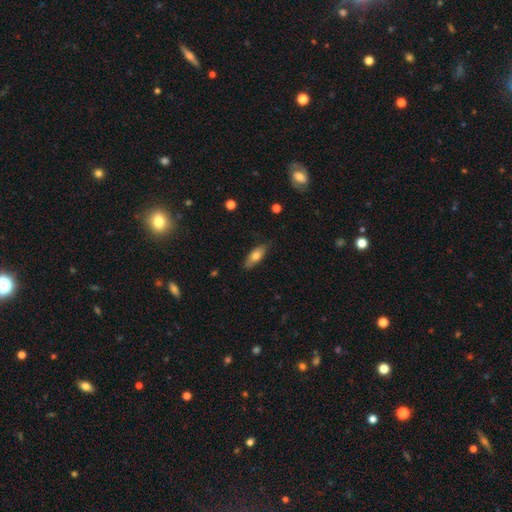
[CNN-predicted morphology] A smooth galaxy with no disk features (70%) that is in between round and cigar-shaped (73%). Merging: none (81%).